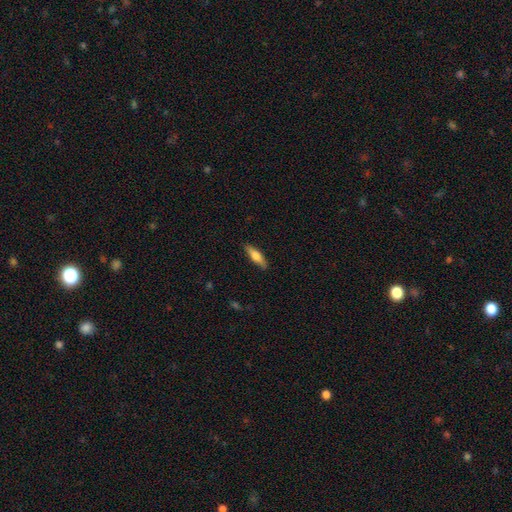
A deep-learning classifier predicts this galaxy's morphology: Smooth or featured? Predicted: smooth (p=0.66). How rounded? Predicted: cigar-shaped (p=0.63). Merging? Predicted: none (p=0.86).